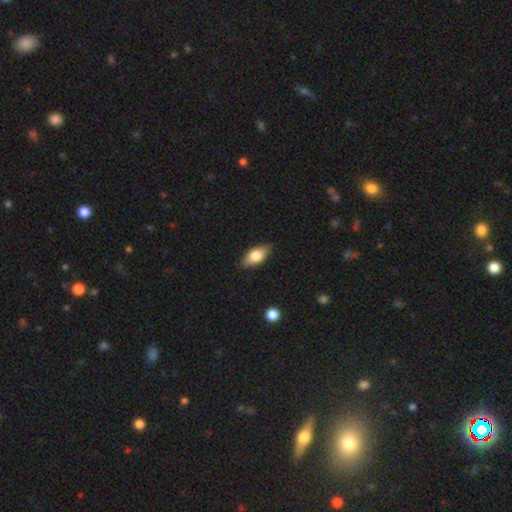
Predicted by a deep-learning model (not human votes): A smooth galaxy with no disk features (71%) that is in between round and cigar-shaped (87%).

Vote fractions:
- Smooth or featured? smooth: 71% / featured or disk: 23% / star or artifact: 7%
- How rounded? in between: 87% / cigar-shaped: 8% / round: 4%
- Merging? none: 84% / minor disturbance: 12% / major disturbance: 2% / merger: 1%